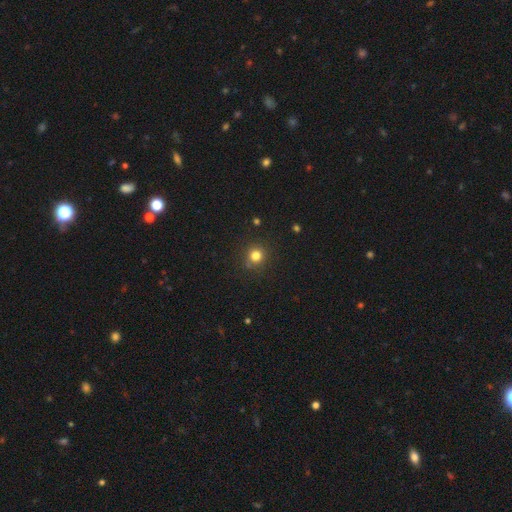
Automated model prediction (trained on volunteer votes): smooth_or_featured: smooth (p=0.80) [alt: star or artifact p=0.15]
how_rounded: round (p=0.93) [alt: in between p=0.06]
merging: none (p=0.88) [alt: minor disturbance p=0.07]